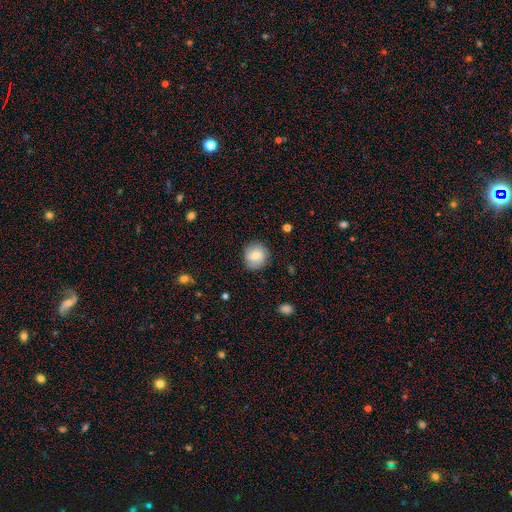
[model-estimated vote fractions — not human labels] Smooth or featured?
  - smooth: 69% *
  - featured or disk: 23%
  - star or artifact: 8%
How rounded?
  - round: 89% *
  - in between: 10%
  - cigar-shaped: 1%
Merging?
  - none: 83% *
  - minor disturbance: 13%
  - major disturbance: 3%
  - merger: 1%